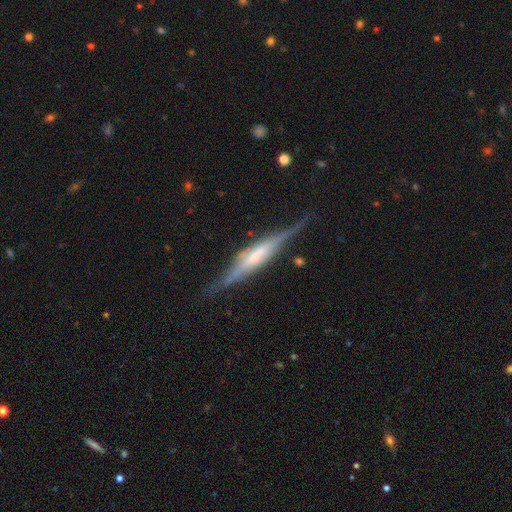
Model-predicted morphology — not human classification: Overall: featured or disk (78%). Edge-on disk: yes (95%). Edge-on bulge: boxy (51%; rounded 34%). Merging: none (75%).